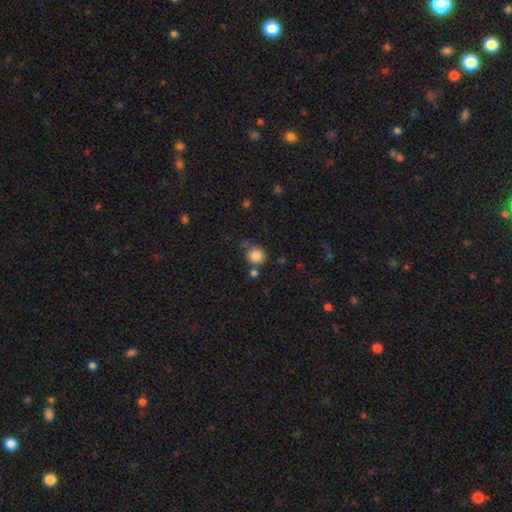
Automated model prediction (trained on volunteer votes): Smooth or featured?
  - smooth: 85% *
  - star or artifact: 10%
  - featured or disk: 5%
How rounded?
  - round: 86% *
  - in between: 13%
  - cigar-shaped: 1%
Merging?
  - none: 63% *
  - minor disturbance: 17%
  - merger: 13%
  - major disturbance: 6%